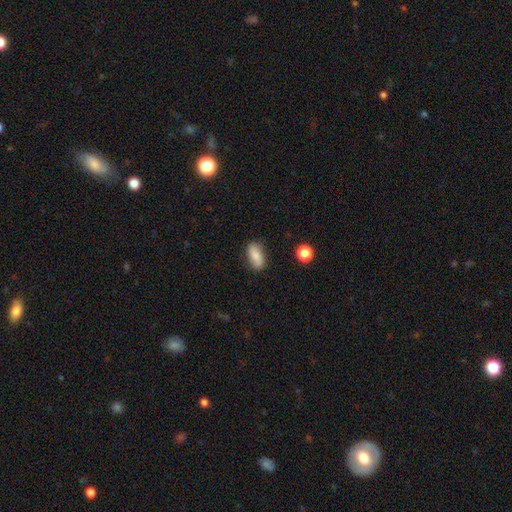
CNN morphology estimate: Smooth or featured: smooth — 79% (featured or disk — 13%)
How rounded: in between — 85% (cigar-shaped — 10%)
Merging: none — 81% (minor disturbance — 14%)